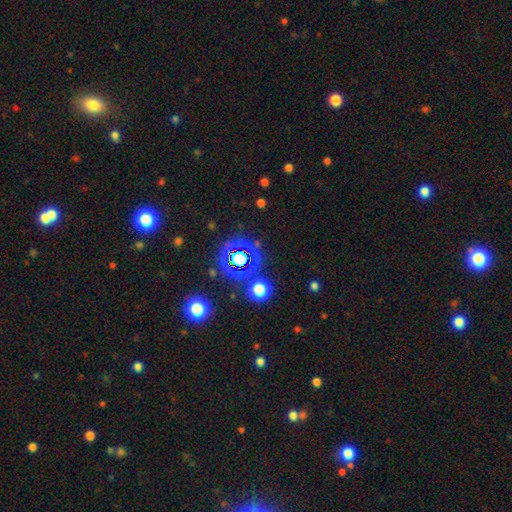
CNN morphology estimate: Smooth or featured: star or artifact — 61% (smooth — 31%)